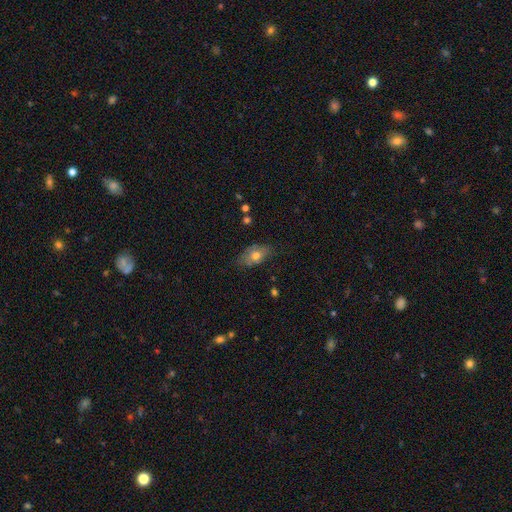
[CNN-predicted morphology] A smooth galaxy with no disk features (68%) that is in between round and cigar-shaped (87%).

Vote fractions:
- Smooth or featured? smooth: 68% / featured or disk: 24% / star or artifact: 8%
- How rounded? in between: 87% / round: 10% / cigar-shaped: 3%
- Merging? none: 67% / minor disturbance: 25% / major disturbance: 6% / merger: 2%